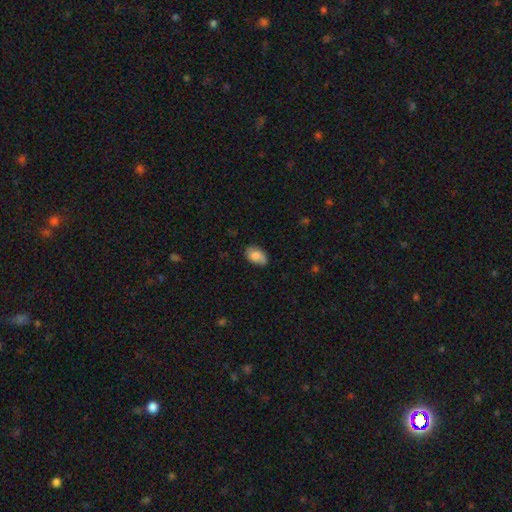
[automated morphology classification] A smooth galaxy with no disk features (75%) that is in between round and cigar-shaped (88%).

Vote fractions:
- Smooth or featured? smooth: 75% / featured or disk: 17% / star or artifact: 8%
- How rounded? in between: 88% / round: 10% / cigar-shaped: 1%
- Merging? none: 70% / minor disturbance: 24% / major disturbance: 5% / merger: 2%